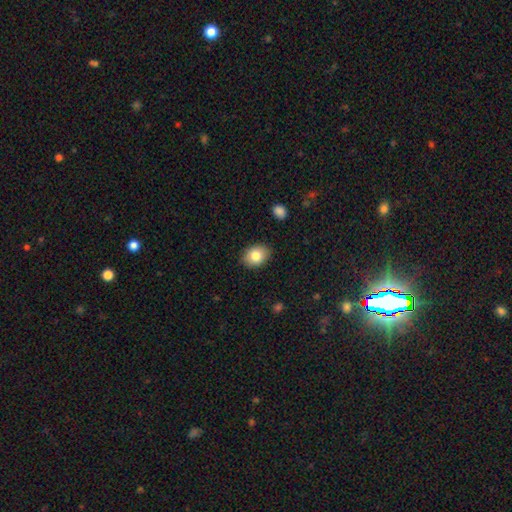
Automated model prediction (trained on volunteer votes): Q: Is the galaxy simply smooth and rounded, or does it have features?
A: smooth — 81%.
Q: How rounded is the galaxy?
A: in between — 69%.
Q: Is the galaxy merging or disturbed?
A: none — 88%.